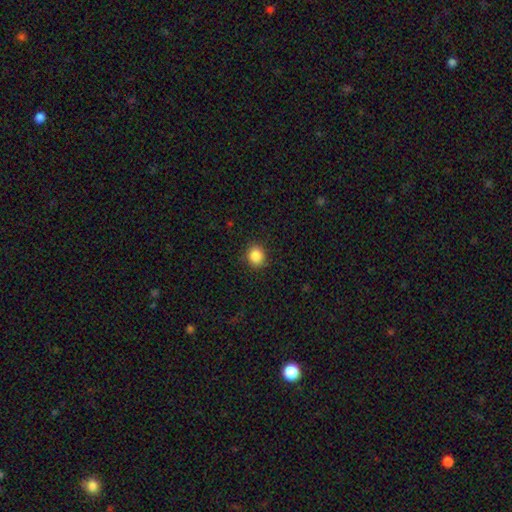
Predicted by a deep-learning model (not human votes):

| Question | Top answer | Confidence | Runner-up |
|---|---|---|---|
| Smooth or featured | smooth | 87% | star or artifact (10%) |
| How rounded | round | 78% | in between (22%) |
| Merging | none | 89% | minor disturbance (8%) |